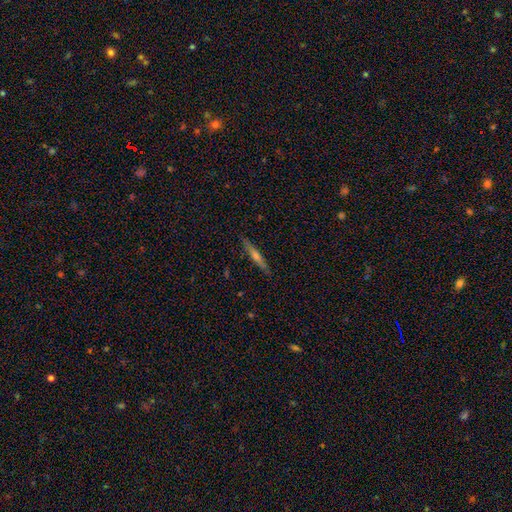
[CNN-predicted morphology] This appears to be a featured or disk galaxy (65%) viewed edge-on (97%) with a rounded central bulge (77%). Merging: none (90%).